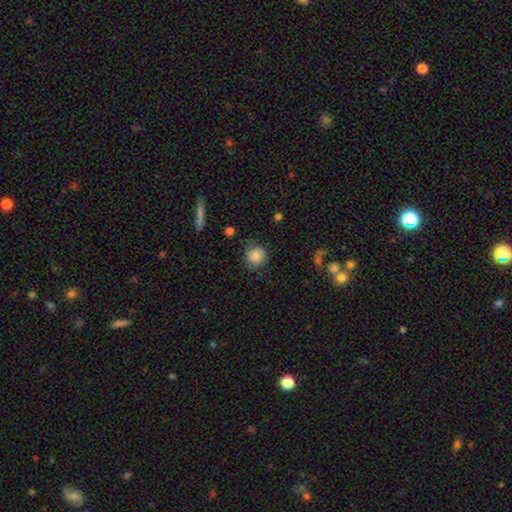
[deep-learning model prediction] Overall: smooth (84%). How rounded: round (86%). Merging: none (73%).